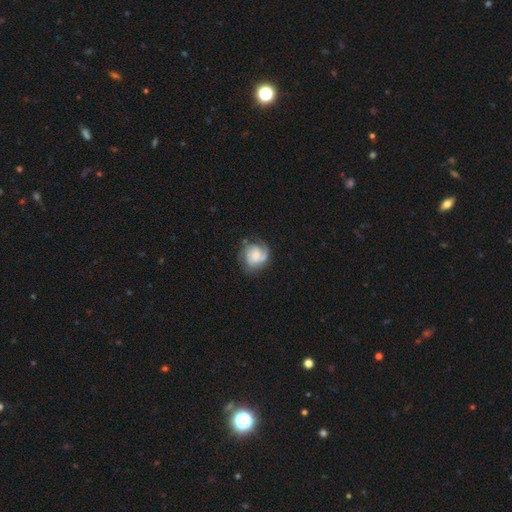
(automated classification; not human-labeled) This is likely a featured or disk galaxy (70%). It is clearly not viewed edge-on (98%). Bar: likely no (61%). Spiral arm pattern: clearly yes (93%). Spiral arm count: marginally 2 (41%). Spiral winding: marginally tight (43%). Central bulge: marginally small (32%). Merging: likely none (64%).